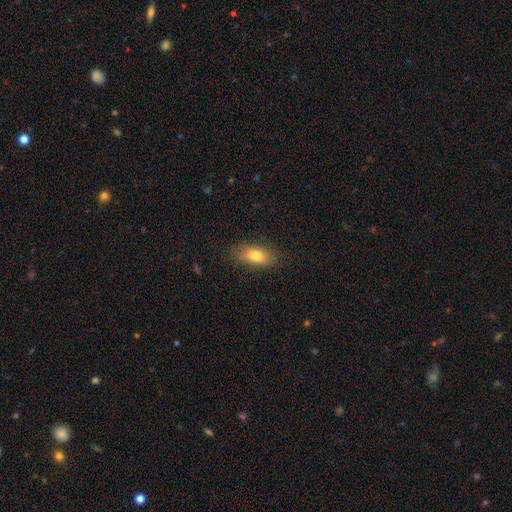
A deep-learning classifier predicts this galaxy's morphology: Smooth or featured? smooth (79%)
How rounded? in between (82%)
Merging? none (80%)